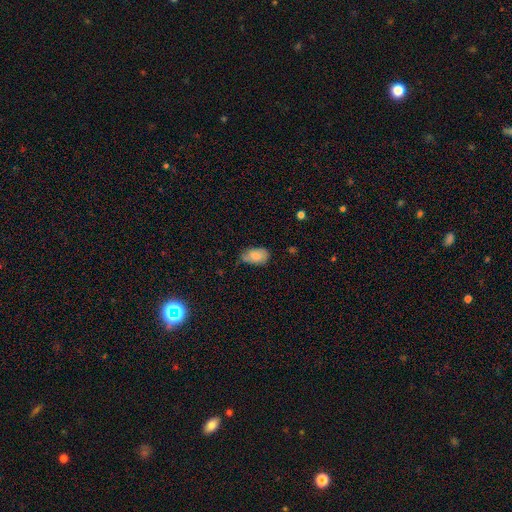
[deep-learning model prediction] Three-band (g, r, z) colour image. It shows a smooth galaxy with no disk features (77%) that is in between round and cigar-shaped (91%). Merging: none (53%).